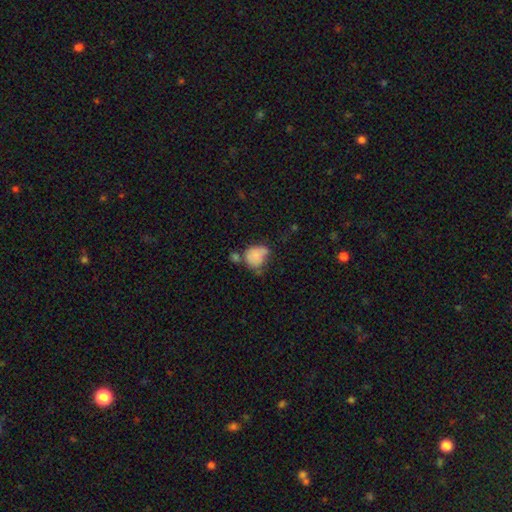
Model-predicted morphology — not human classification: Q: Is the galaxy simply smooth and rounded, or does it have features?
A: smooth — 74%.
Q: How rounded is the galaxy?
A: round — 55%.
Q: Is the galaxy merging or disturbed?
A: none — 32%.